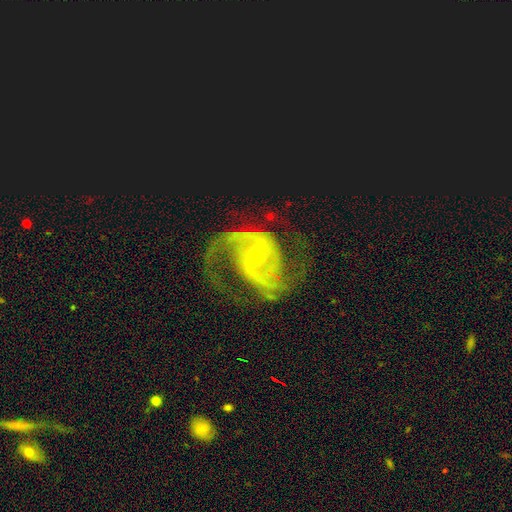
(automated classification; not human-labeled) Smooth or featured? Predicted: featured or disk (p=0.89). Edge-on disk? Predicted: no (p=0.98). Bar? Predicted: no (p=0.50). Spiral arms? Predicted: yes (p=0.97). Spiral winding? Predicted: medium (p=0.56). Spiral arm count? Predicted: 2 (p=0.83). Bulge size? Predicted: small (p=0.70). Merging? Predicted: none (p=0.65).